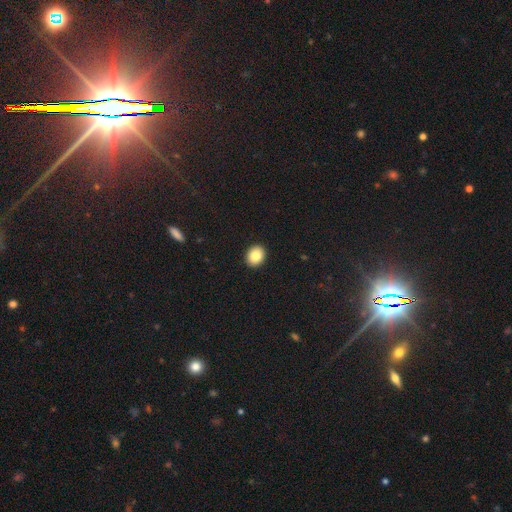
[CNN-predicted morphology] smooth_or_featured: smooth (p=0.86) [alt: star or artifact p=0.08]
how_rounded: round (p=0.54) [alt: in between p=0.46]
merging: none (p=0.92) [alt: minor disturbance p=0.05]